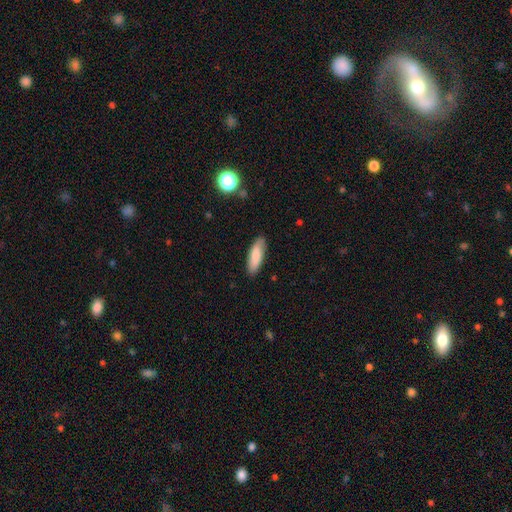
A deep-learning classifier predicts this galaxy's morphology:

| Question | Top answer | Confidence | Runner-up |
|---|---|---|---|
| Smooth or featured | smooth | 83% | featured or disk (11%) |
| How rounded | in between | 57% | cigar-shaped (41%) |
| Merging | none | 85% | minor disturbance (12%) |